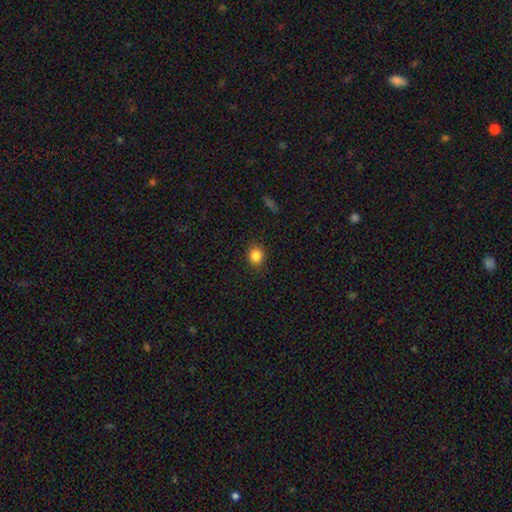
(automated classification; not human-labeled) smooth-or-featured: smooth: 85% | star or artifact: 11% | featured or disk: 5%
  how-rounded: round: 78% | in between: 21% | cigar-shaped: 1%
  merging: none: 89% | minor disturbance: 8% | major disturbance: 2% | merger: 1%